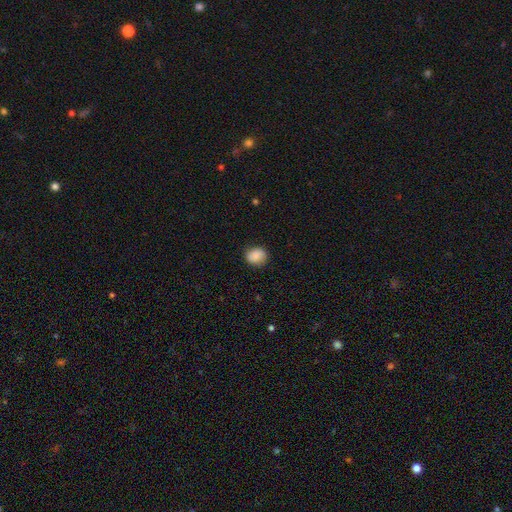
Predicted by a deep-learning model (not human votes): This is clearly a smooth galaxy (84%). How rounded: likely round (69%). Merging: clearly none (84%).